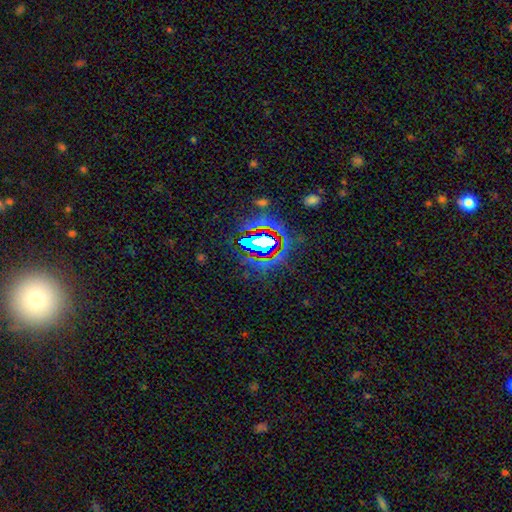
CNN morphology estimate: This is likely a star or artifact rather than a galaxy (77%).